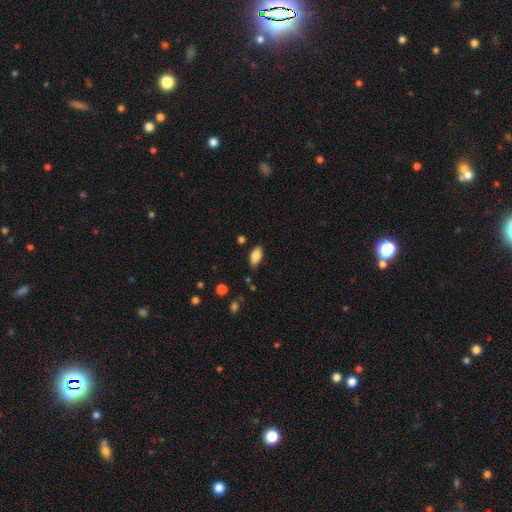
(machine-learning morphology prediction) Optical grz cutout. It shows a smooth galaxy with no disk features (84%) that is in between round and cigar-shaped (92%). Merging: none (73%).